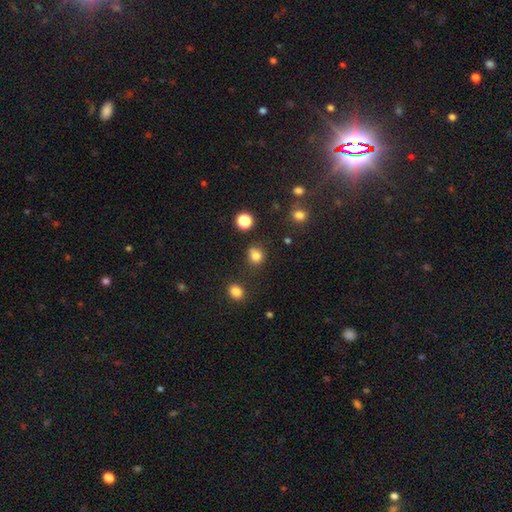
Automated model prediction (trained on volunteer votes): Smooth or featured?
  - smooth: 80% *
  - star or artifact: 14%
  - featured or disk: 5%
How rounded?
  - round: 73% *
  - in between: 26%
  - cigar-shaped: 1%
Merging?
  - none: 73% *
  - minor disturbance: 15%
  - merger: 7%
  - major disturbance: 5%